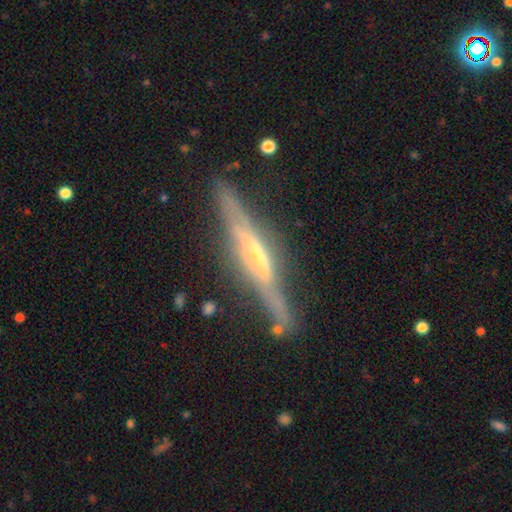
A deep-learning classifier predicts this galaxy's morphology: Smooth or featured: featured or disk — 80% (smooth — 14%)
Edge-on disk: yes — 96% (no — 4%)
Edge-on bulge: rounded — 45% (none — 28%)
Merging: none — 80% (minor disturbance — 14%)